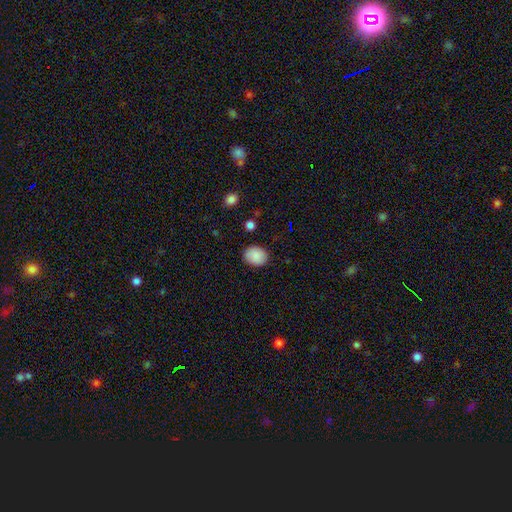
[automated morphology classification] Q: Smooth or featured?
A: smooth (88%); runner-up: star or artifact (8%)
Q: How rounded?
A: in between (51%); runner-up: round (48%)
Q: Merging?
A: none (86%); runner-up: minor disturbance (10%)